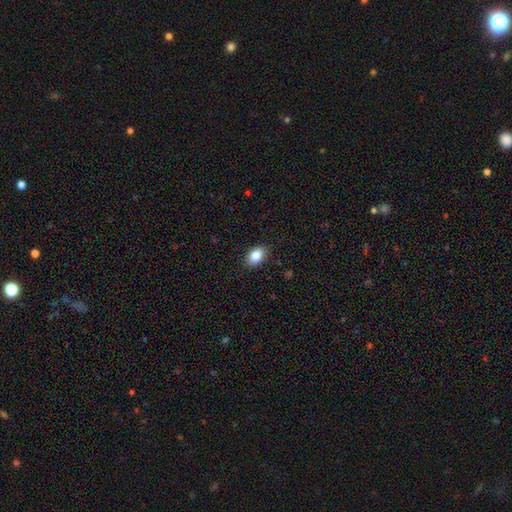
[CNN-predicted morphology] A smooth galaxy with no disk features (85%) that is in between round and cigar-shaped (84%). Merging: none (88%).